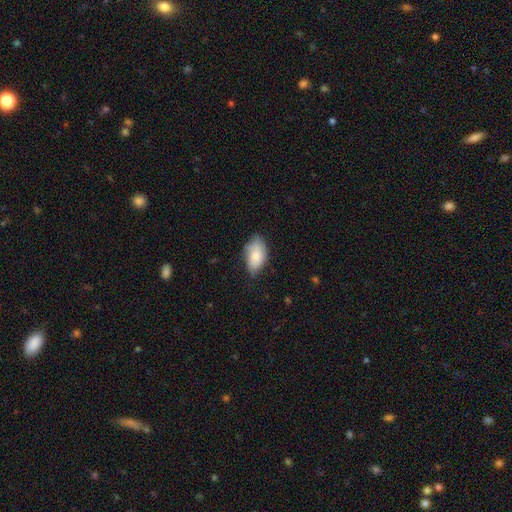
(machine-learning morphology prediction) A smooth galaxy with no disk features (77%) that is in between round and cigar-shaped (93%). Merging: none (61%).